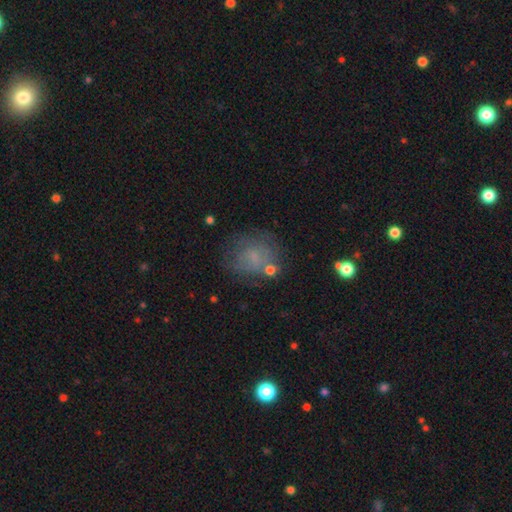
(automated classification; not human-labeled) A smooth galaxy with no disk features (53%) that is round (69%). Merging: none (61%).